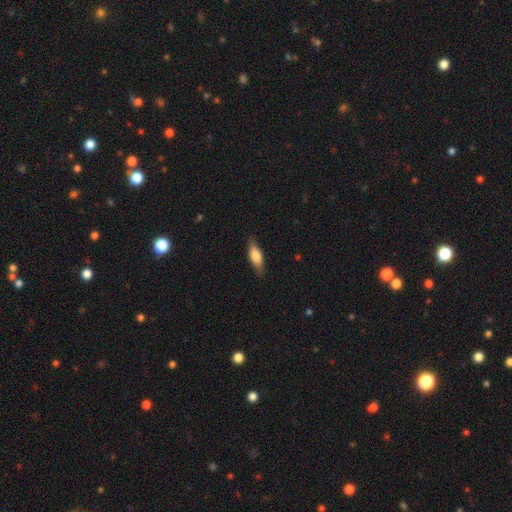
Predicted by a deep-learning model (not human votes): smooth-or-featured: smooth: 70% | featured or disk: 24% | star or artifact: 6%
  how-rounded: in between: 63% | cigar-shaped: 34% | round: 3%
  merging: none: 81% | minor disturbance: 15% | major disturbance: 3% | merger: 1%